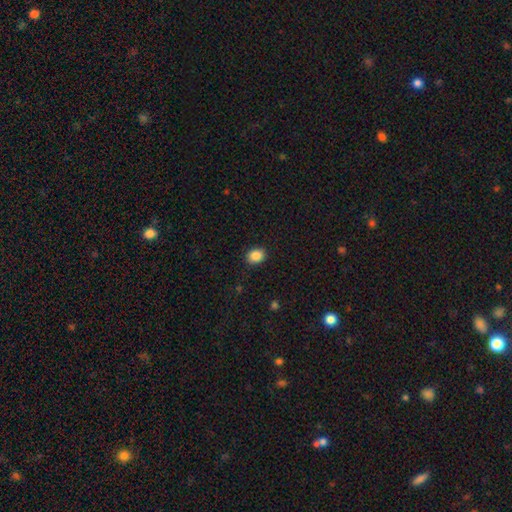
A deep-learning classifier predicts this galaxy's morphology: smooth-or-featured: smooth: 88% | star or artifact: 9% | featured or disk: 4%
  how-rounded: in between: 54% | round: 45% | cigar-shaped: 1%
  merging: none: 90% | minor disturbance: 7% | major disturbance: 2% | merger: 1%